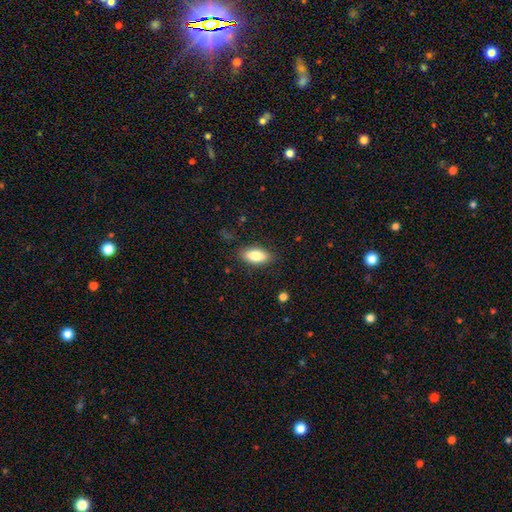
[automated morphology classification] The model was most divided on "smooth or featured": smooth: 83%, featured or disk: 10%, star or artifact: 7%. More confident: merging — none (86%); how rounded — in between (86%).